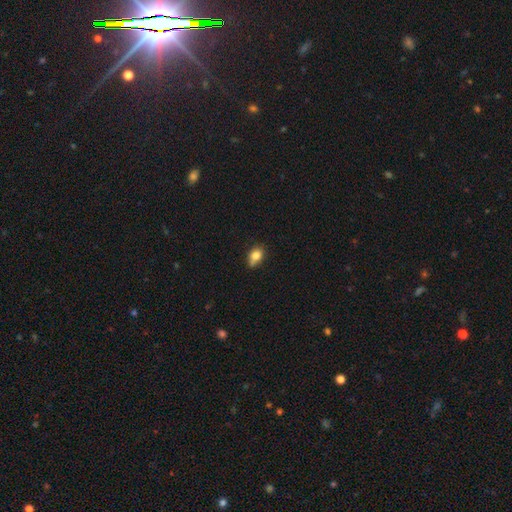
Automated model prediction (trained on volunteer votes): Smooth or featured? smooth (80%)
How rounded? in between (62%)
Merging? none (44%)